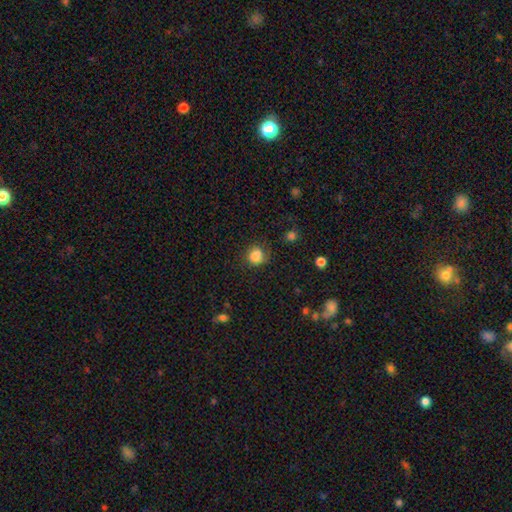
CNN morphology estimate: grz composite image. It shows a smooth galaxy with no disk features (83%) that is round (71%). Merging: none (64%).